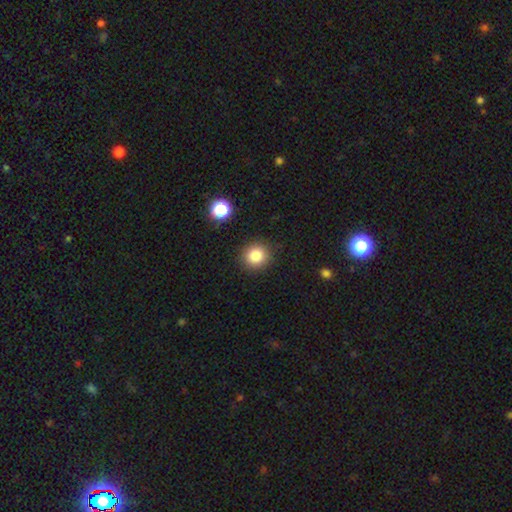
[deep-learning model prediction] This appears to be a smooth galaxy with no disk features (83%) that is round (89%). Merging: none (89%).